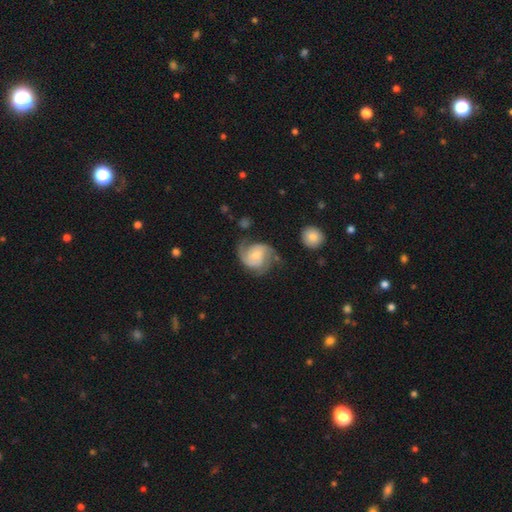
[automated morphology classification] featured or disk 81%, smooth 13%, star or artifact 5%. Down the decision tree: edge-on disk — no (98%); bar — no (59%); spiral arms — yes (96%); spiral arm count — 2 (76%); spiral winding — medium (48%); bulge size — moderate (46%); merging — none (59%).